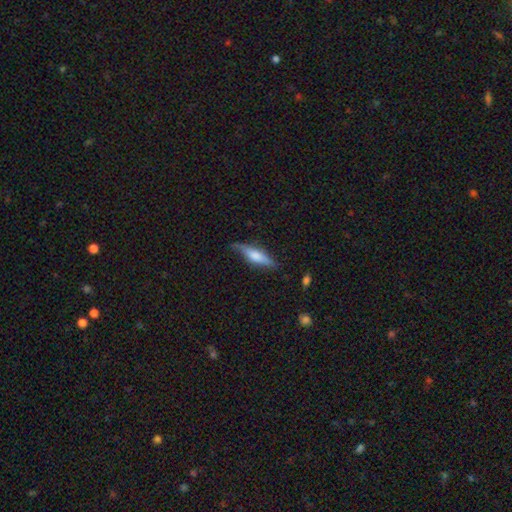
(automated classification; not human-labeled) smooth_or_featured: smooth (p=0.54) [alt: featured or disk p=0.40]
how_rounded: cigar-shaped (p=0.65) [alt: in between p=0.33]
merging: none (p=0.66) [alt: minor disturbance p=0.25]